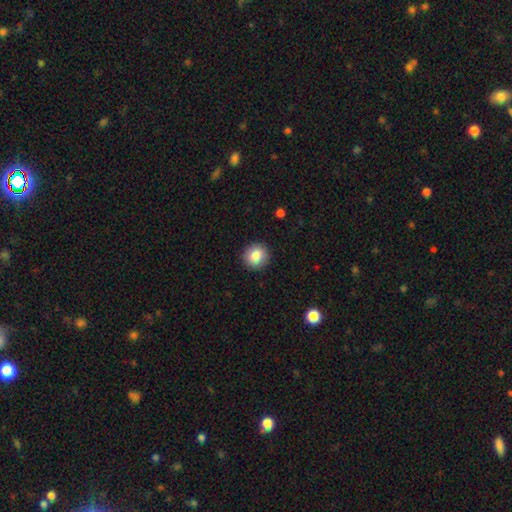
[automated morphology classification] Smooth or featured? smooth (84%)
How rounded? round (93%)
Merging? none (92%)